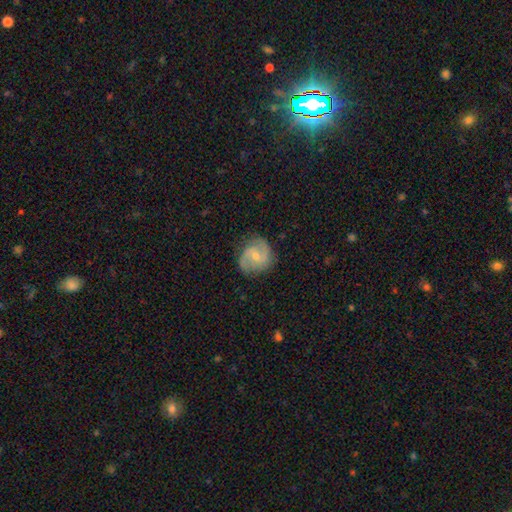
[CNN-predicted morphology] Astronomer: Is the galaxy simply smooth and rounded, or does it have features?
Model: featured or disk — 76%.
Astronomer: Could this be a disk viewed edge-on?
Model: no — 98%.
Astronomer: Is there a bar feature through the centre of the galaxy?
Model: weak — 50% (runner-up: no, 40%).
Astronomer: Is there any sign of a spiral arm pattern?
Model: yes — 95%.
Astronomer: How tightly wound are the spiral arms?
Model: medium — 54%.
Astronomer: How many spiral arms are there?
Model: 2 — 88%.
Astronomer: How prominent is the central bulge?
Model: small — 56% (runner-up: moderate, 36%).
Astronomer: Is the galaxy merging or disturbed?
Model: none — 78%.